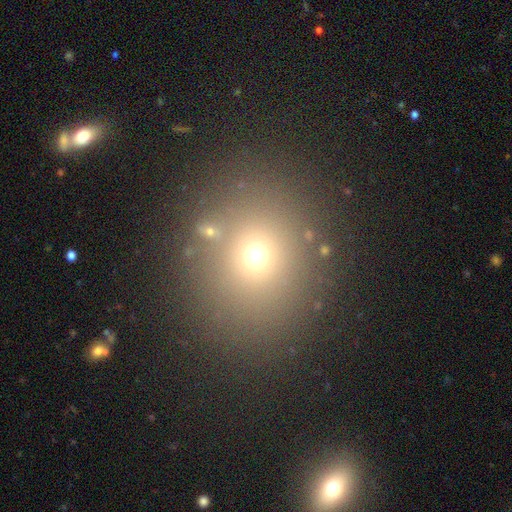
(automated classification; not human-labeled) smooth-or-featured: smooth: 66% | star or artifact: 24% | featured or disk: 10%
  how-rounded: round: 73% | in between: 26% | cigar-shaped: 1%
  merging: none: 84% | minor disturbance: 8% | merger: 5% | major disturbance: 4%